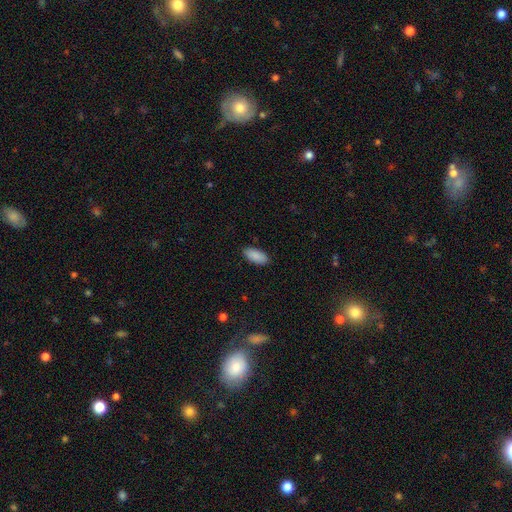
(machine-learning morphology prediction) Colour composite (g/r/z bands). It shows a smooth galaxy with no disk features (90%) that is in between round and cigar-shaped (89%). Merging: none (89%).